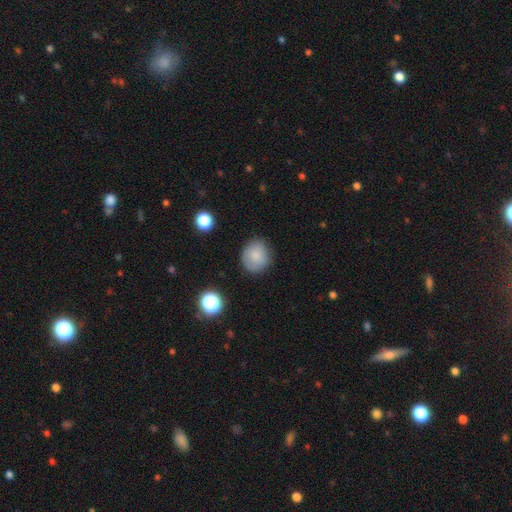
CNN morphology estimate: Q: Smooth or featured?
A: smooth (83%); runner-up: star or artifact (9%)
Q: How rounded?
A: round (79%); runner-up: in between (20%)
Q: Merging?
A: none (80%); runner-up: minor disturbance (15%)